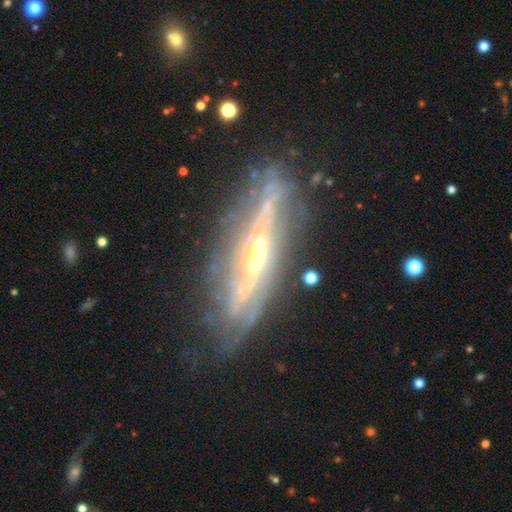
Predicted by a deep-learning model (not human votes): The model was most divided on "edge-on disk": yes: 58%, no: 42%. More confident: smooth or featured — featured or disk (83%); merging — none (70%).